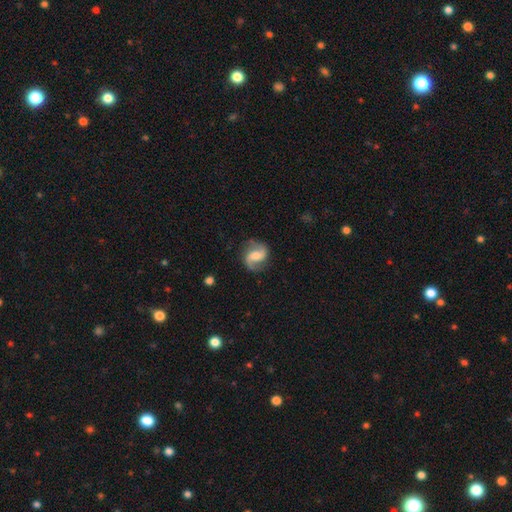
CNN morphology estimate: smooth-or-featured: featured or disk: 81% | smooth: 13% | star or artifact: 6%
  disk-edge-on: no: 98% | yes: 2%
    bar: weak: 48% | no: 31% | strong: 22%
    has-spiral-arms: yes: 96% | no: 4%
      spiral-winding: medium: 44% (tied) | loose: 44% (tied) | tight: 13%
      spiral-arm-count: 2: 92% | 1: 3% | can't tell: 2% | 3: 1% | 4: 1% | more than 4: 1%
    bulge-size: moderate: 49% | small: 25% | large: 14% | none: 10% | dominant: 2%
  merging: none: 81% | minor disturbance: 13% | major disturbance: 5% | merger: 1%